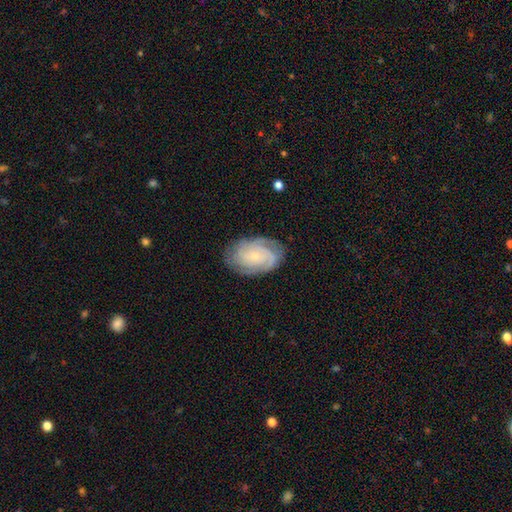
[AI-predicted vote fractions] The model was most divided on "spiral arm count": can't tell: 29%, 3: 25%, 2: 25%, 4: 11%, 1: 5%, more than 4: 5%. More confident: edge-on disk — no (97%); spiral arms — yes (95%); bulge size — small (79%); merging — none (79%); smooth or featured — featured or disk (78%); bar — no (74%); spiral winding — tight (68%).